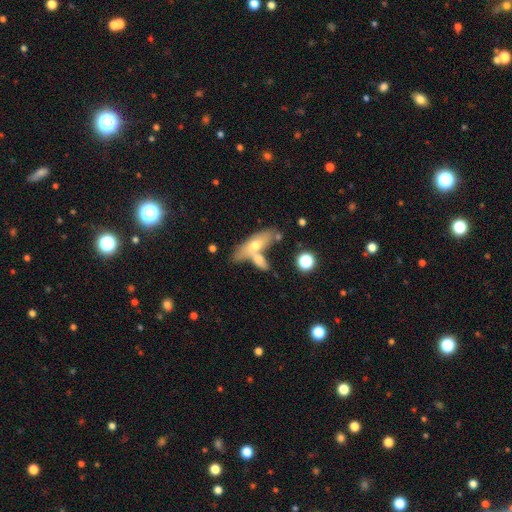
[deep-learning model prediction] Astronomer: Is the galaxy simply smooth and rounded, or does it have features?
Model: smooth — 55% (runner-up: featured or disk, 38%).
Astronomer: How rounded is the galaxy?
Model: in between — 55% (runner-up: cigar-shaped, 41%).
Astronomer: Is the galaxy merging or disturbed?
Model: merger — 42% (runner-up: none, 41%).